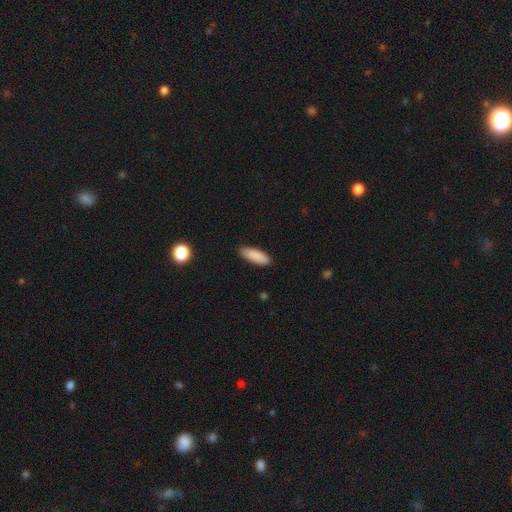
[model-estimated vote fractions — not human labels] Smooth or featured?
  - smooth: 89% *
  - star or artifact: 6%
  - featured or disk: 5%
How rounded?
  - in between: 66% *
  - cigar-shaped: 32%
  - round: 2%
Merging?
  - none: 85% *
  - minor disturbance: 12%
  - major disturbance: 2%
  - merger: 1%